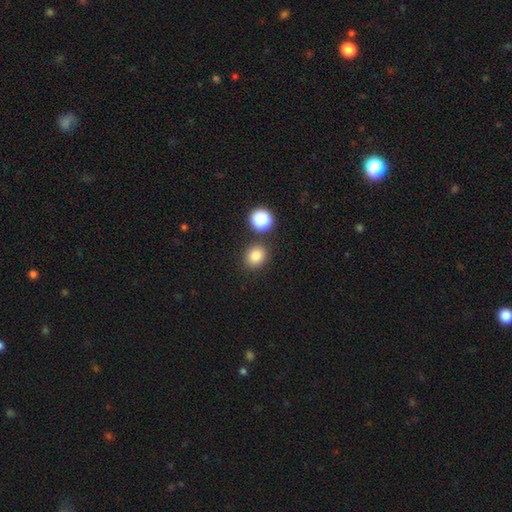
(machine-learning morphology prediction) Smooth or featured?
  - smooth: 80% *
  - star or artifact: 14%
  - featured or disk: 6%
How rounded?
  - round: 75% *
  - in between: 24%
  - cigar-shaped: 1%
Merging?
  - none: 82% *
  - minor disturbance: 8%
  - merger: 7%
  - major disturbance: 3%